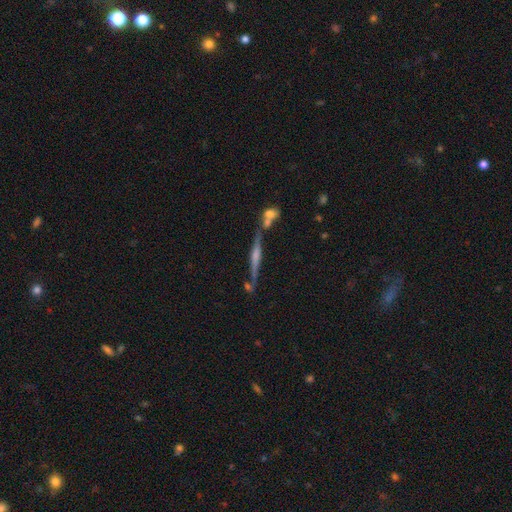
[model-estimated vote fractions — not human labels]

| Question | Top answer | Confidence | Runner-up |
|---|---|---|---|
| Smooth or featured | featured or disk | 74% | smooth (14%) |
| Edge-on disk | yes | 93% | no (7%) |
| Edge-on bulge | rounded | 75% | none (14%) |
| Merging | none | 64% | merger (18%) |